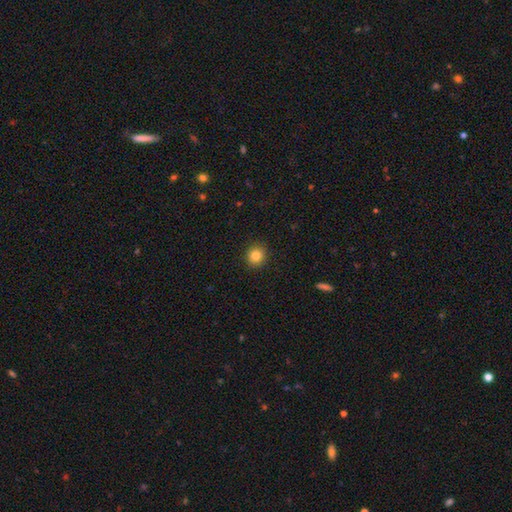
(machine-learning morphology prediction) Smooth or featured? Predicted: smooth (p=0.83). How rounded? Predicted: round (p=0.90). Merging? Predicted: none (p=0.92).